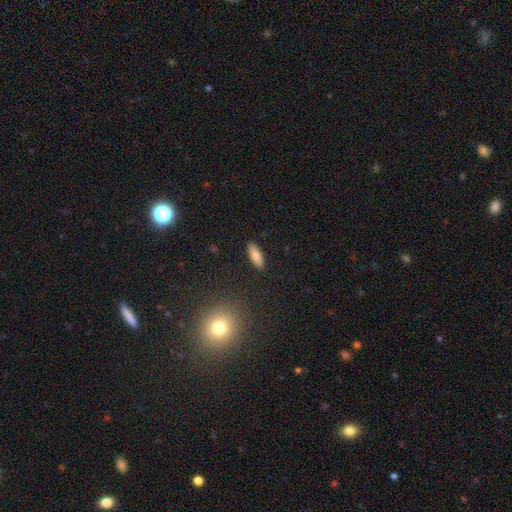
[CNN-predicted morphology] This is clearly a smooth galaxy (84%). How rounded: likely in between (64%). Merging: clearly none (89%).